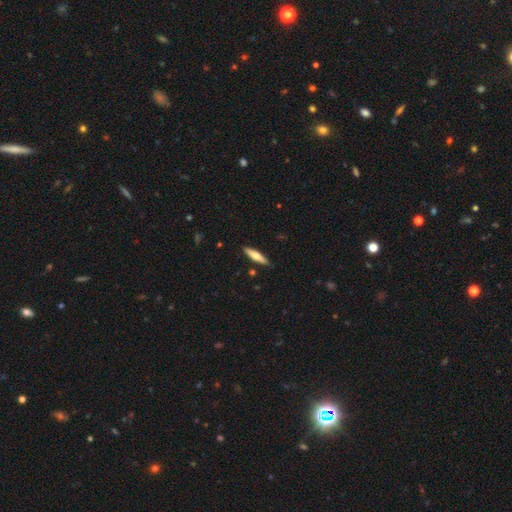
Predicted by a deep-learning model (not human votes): The model was most divided on "smooth or featured": smooth: 50%, featured or disk: 45%, star or artifact: 5%. More confident: merging — none (88%).